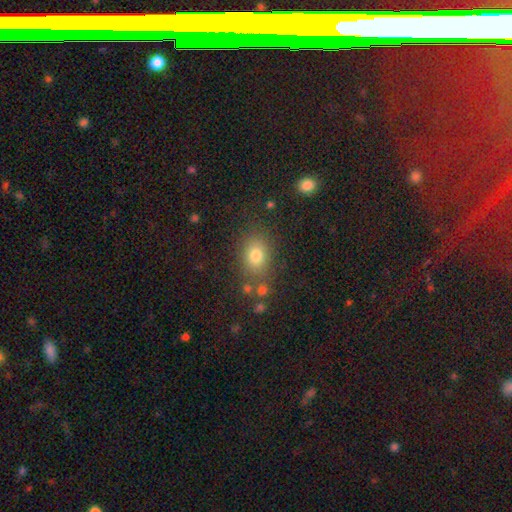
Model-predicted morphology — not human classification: Overall: smooth (77%). How rounded: in between (60%; round 38%). Merging: none (77%).